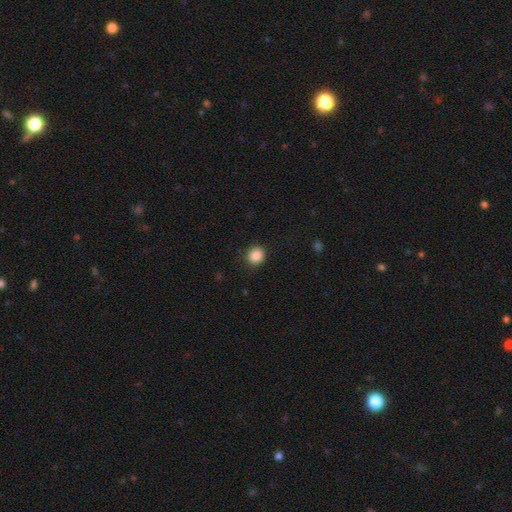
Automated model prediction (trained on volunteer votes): Morphology: type=smooth (86%); roundness=round (85%); merging=none (90%).